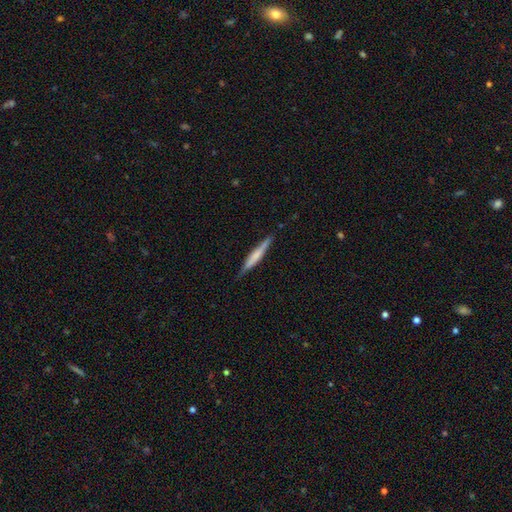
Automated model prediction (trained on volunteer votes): smooth_or_featured: featured or disk (p=0.48) [alt: smooth p=0.46]
merging: none (p=0.87) [alt: minor disturbance p=0.10]